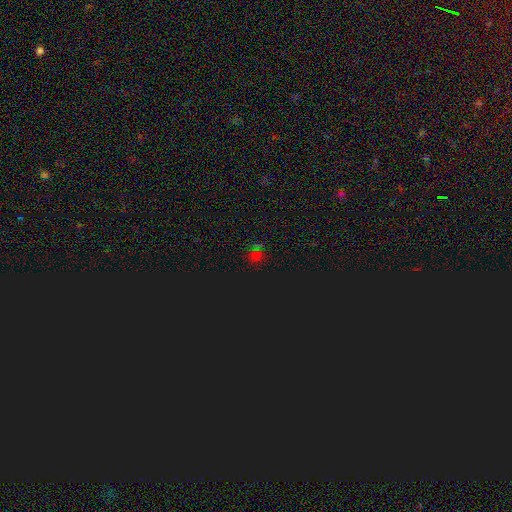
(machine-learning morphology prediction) star or artifact 60%, smooth 34%, featured or disk 6%.